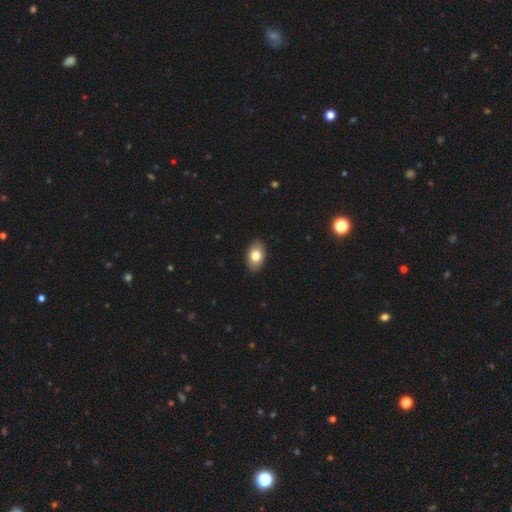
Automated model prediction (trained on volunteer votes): smooth_or_featured: smooth (p=0.79) [alt: featured or disk p=0.13]
how_rounded: in between (p=0.88) [alt: round p=0.10]
merging: none (p=0.89) [alt: minor disturbance p=0.08]